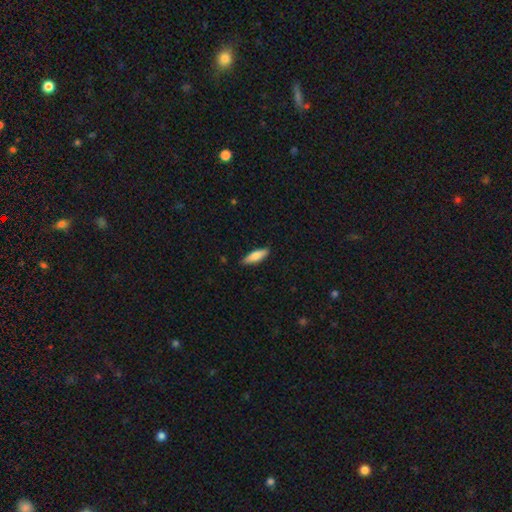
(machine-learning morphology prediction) Overall: smooth (79%). How rounded: in between (50%; cigar-shaped 49%). Merging: none (84%).